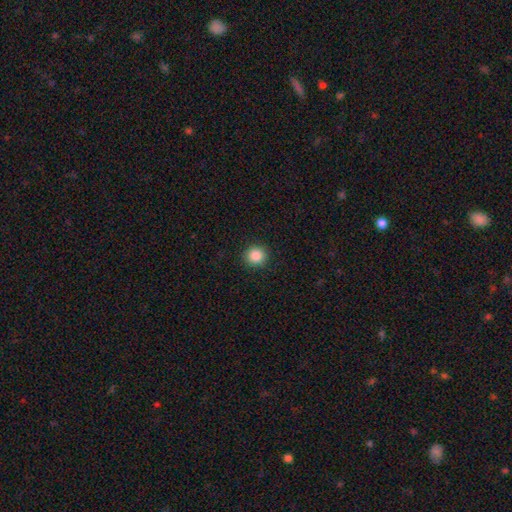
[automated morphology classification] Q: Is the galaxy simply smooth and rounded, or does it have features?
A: smooth — 87%.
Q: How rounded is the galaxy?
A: round — 92%.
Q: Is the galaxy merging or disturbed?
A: none — 91%.